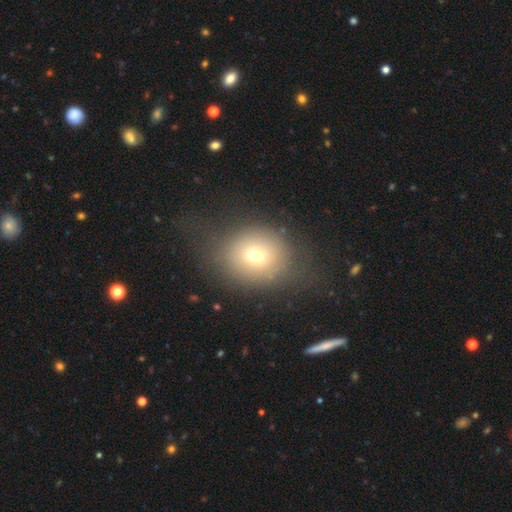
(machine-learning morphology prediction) smooth 67%, featured or disk 19%, star or artifact 14%. Down the decision tree: how rounded — round (66%); merging — none (60%).